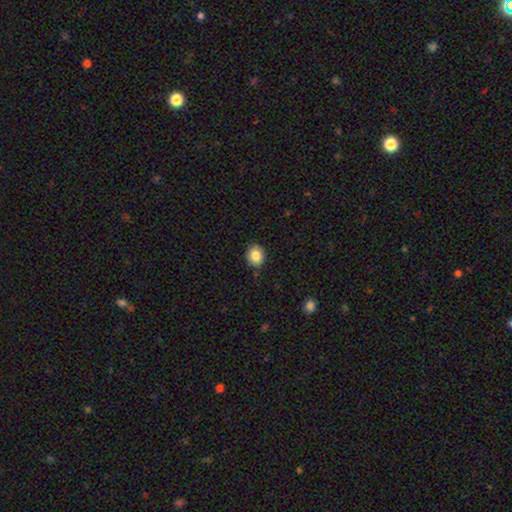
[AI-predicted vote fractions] Smooth or featured?
  - smooth: 84% *
  - star or artifact: 9%
  - featured or disk: 7%
How rounded?
  - round: 63% *
  - in between: 36%
  - cigar-shaped: 1%
Merging?
  - none: 88% *
  - minor disturbance: 9%
  - major disturbance: 2%
  - merger: 1%